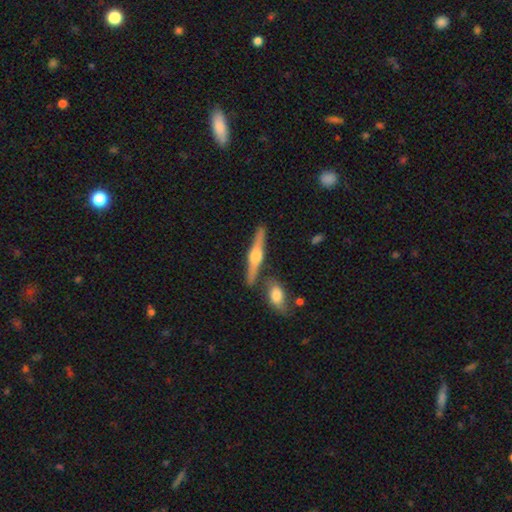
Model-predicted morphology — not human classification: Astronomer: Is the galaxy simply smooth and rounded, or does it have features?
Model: featured or disk — 74%.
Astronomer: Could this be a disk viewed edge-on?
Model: yes — 97%.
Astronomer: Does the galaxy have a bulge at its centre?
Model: rounded — 92%.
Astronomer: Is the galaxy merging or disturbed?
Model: none — 79%.